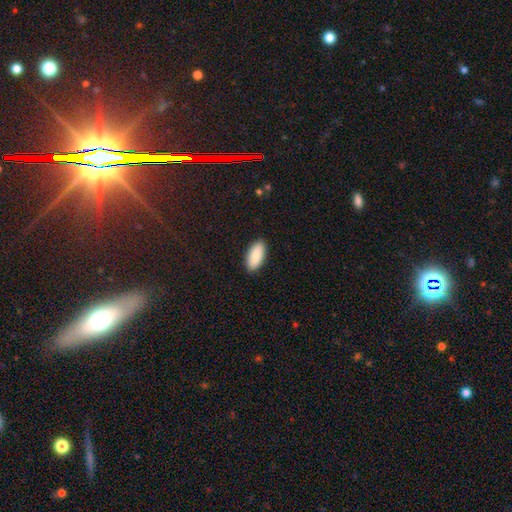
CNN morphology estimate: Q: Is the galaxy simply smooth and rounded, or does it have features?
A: smooth — 91%.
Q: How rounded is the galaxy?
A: in between — 91%.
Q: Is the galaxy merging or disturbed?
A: none — 90%.